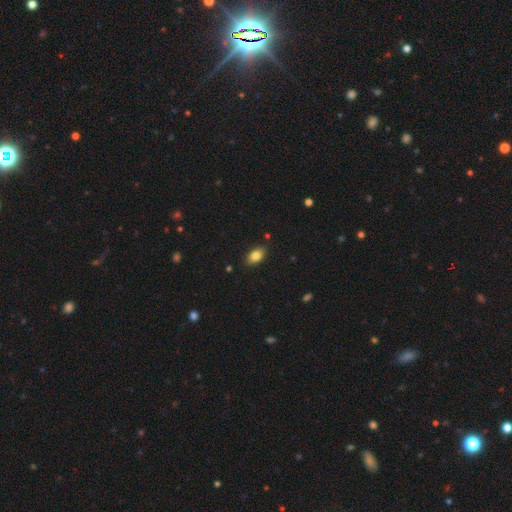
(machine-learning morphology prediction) This appears to be a smooth galaxy with no disk features (83%) that is in between round and cigar-shaped (88%). Merging: none (86%).